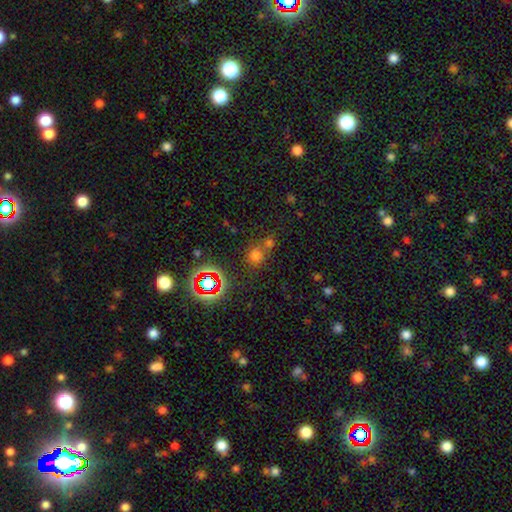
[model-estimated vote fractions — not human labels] Morphology: type=smooth (60%); roundness=round (84%); merging=none (60%).